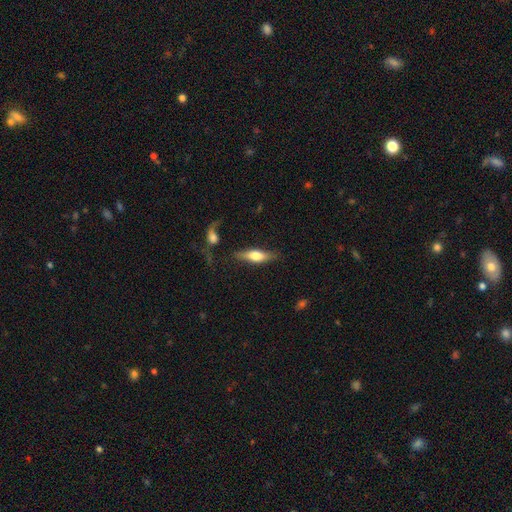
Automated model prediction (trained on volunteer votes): Smooth or featured? smooth (51%)
How rounded? cigar-shaped (57%)
Merging? none (72%)